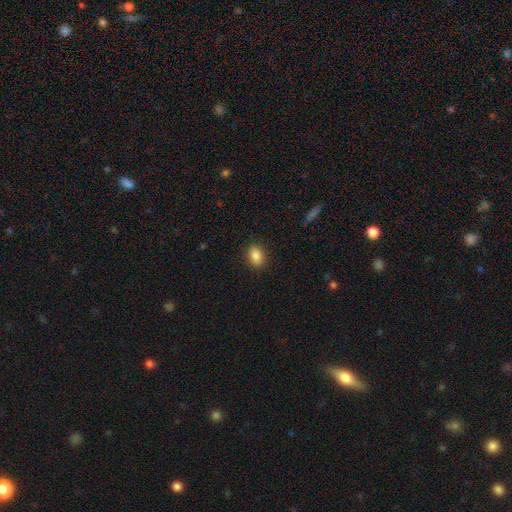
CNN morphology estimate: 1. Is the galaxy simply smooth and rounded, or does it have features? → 86% smooth, 9% star or artifact, 6% featured or disk.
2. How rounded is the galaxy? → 79% in between, 19% round, 2% cigar-shaped.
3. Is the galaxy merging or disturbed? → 88% none, 9% minor disturbance, 2% major disturbance, 1% merger.